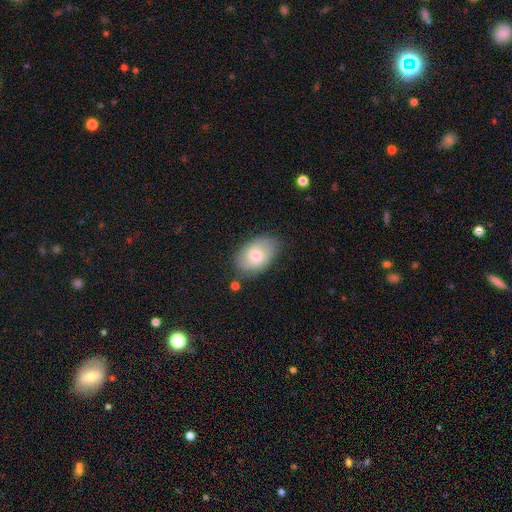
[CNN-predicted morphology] Smooth or featured: smooth — 63% (featured or disk — 30%)
How rounded: in between — 88% (round — 11%)
Merging: none — 71% (minor disturbance — 20%)